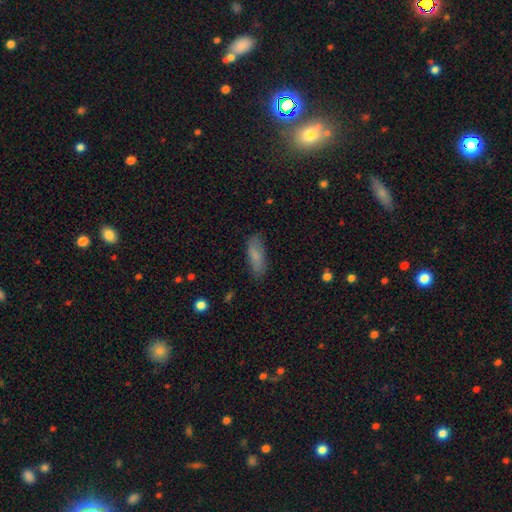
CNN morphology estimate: A smooth galaxy with no disk features (81%) that is in between round and cigar-shaped (62%). Merging: none (80%).